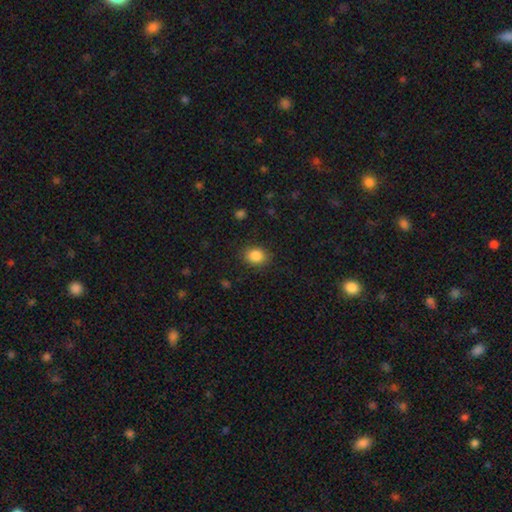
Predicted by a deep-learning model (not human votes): Q: Smooth or featured?
A: smooth (86%); runner-up: star or artifact (10%)
Q: How rounded?
A: round (53%); runner-up: in between (46%)
Q: Merging?
A: none (86%); runner-up: minor disturbance (10%)